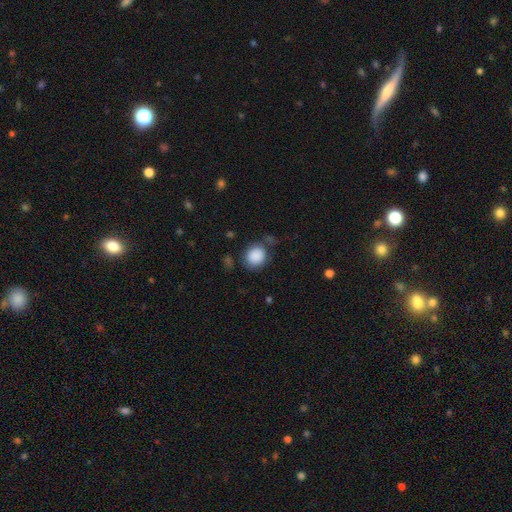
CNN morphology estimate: Q: Smooth or featured?
A: smooth (88%); runner-up: star or artifact (8%)
Q: How rounded?
A: round (78%); runner-up: in between (21%)
Q: Merging?
A: none (71%); runner-up: minor disturbance (17%)